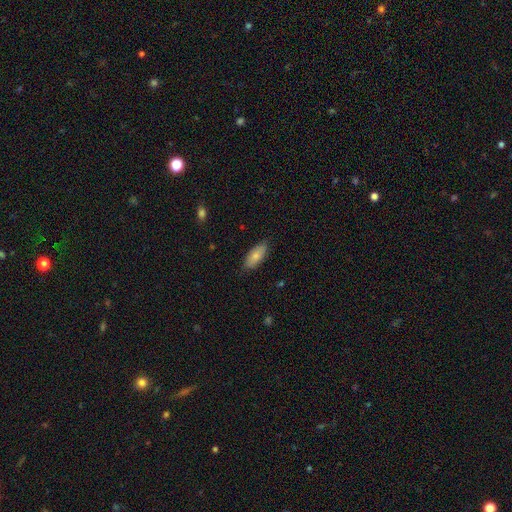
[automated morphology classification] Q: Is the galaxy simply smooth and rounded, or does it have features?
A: smooth — 79%.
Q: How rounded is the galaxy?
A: in between — 82%.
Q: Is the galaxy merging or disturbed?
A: none — 82%.